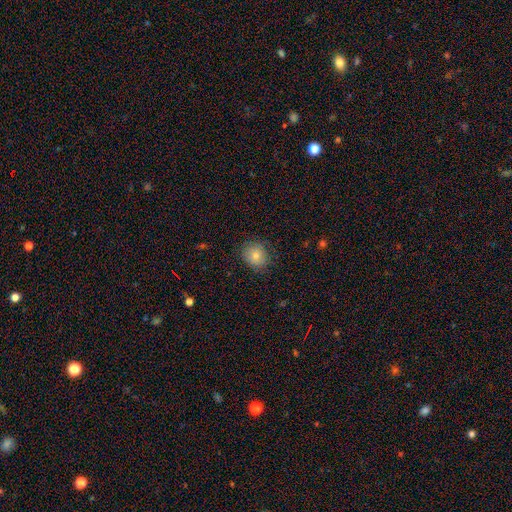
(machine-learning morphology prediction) smooth 74%, star or artifact 14%, featured or disk 12%. Down the decision tree: how rounded — round (81%); merging — none (82%).